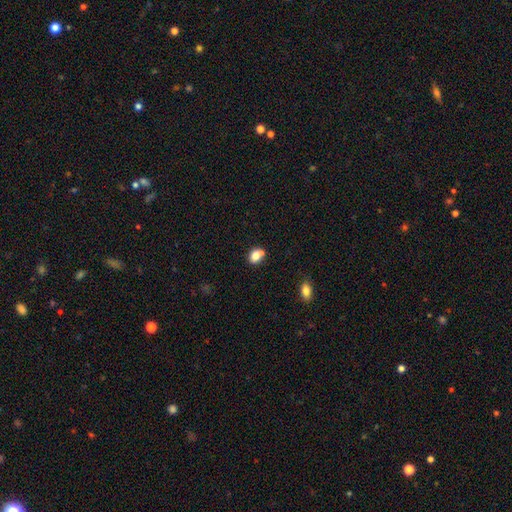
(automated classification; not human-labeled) Smooth or featured?
  - smooth: 81% *
  - star or artifact: 10%
  - featured or disk: 9%
How rounded?
  - in between: 55% *
  - round: 44%
  - cigar-shaped: 1%
Merging?
  - none: 58% *
  - merger: 21%
  - minor disturbance: 17%
  - major disturbance: 4%